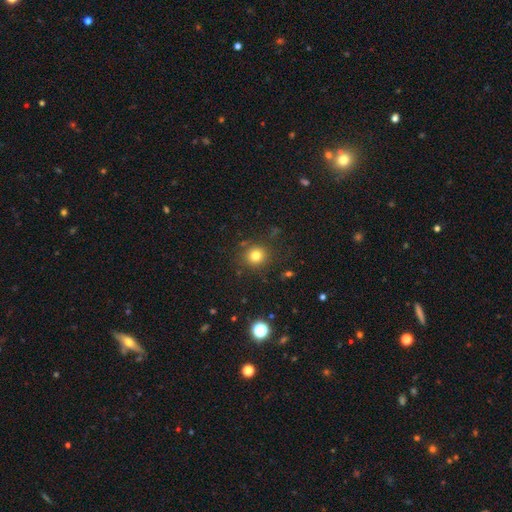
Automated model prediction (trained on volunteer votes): This is likely a smooth galaxy (78%). How rounded: clearly round (91%). Merging: clearly none (86%).